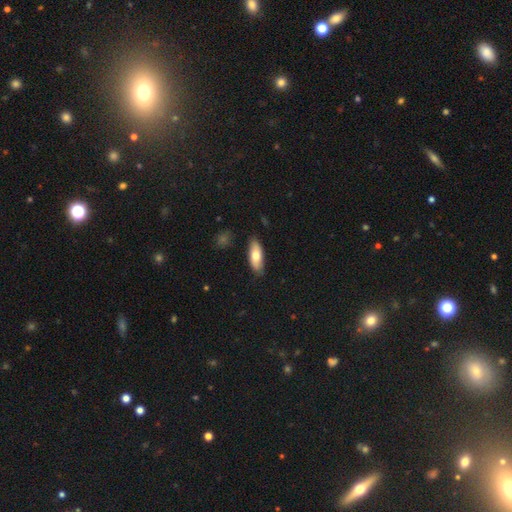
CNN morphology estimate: Smooth or featured: smooth — 73% (featured or disk — 21%)
How rounded: in between — 75% (cigar-shaped — 23%)
Merging: none — 83% (minor disturbance — 13%)